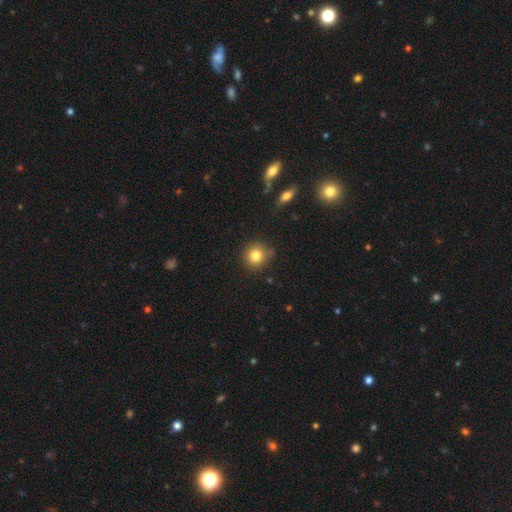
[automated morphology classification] Smooth or featured?
  - smooth: 81% *
  - star or artifact: 11%
  - featured or disk: 7%
How rounded?
  - round: 90% *
  - in between: 9%
  - cigar-shaped: 1%
Merging?
  - none: 81% *
  - minor disturbance: 13%
  - major disturbance: 3%
  - merger: 3%